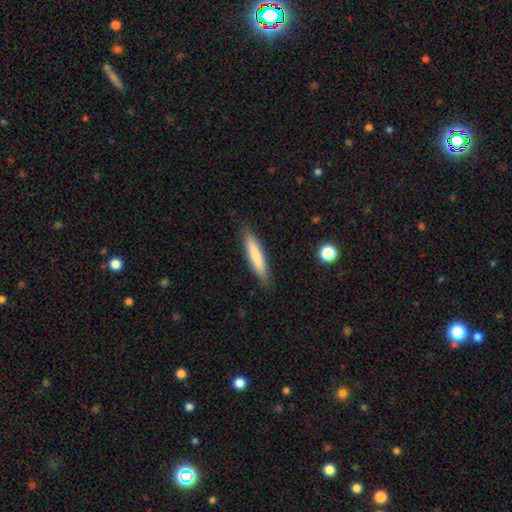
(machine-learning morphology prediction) Smooth or featured? Predicted: smooth (p=0.76). How rounded? Predicted: cigar-shaped (p=0.89). Merging? Predicted: none (p=0.87).